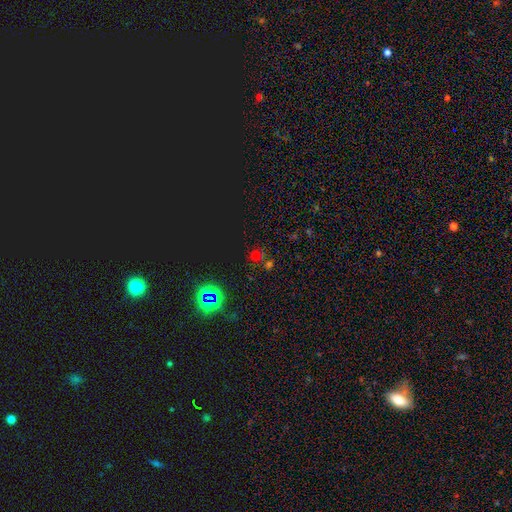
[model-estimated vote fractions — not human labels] Morphology: type=star or artifact (57%).